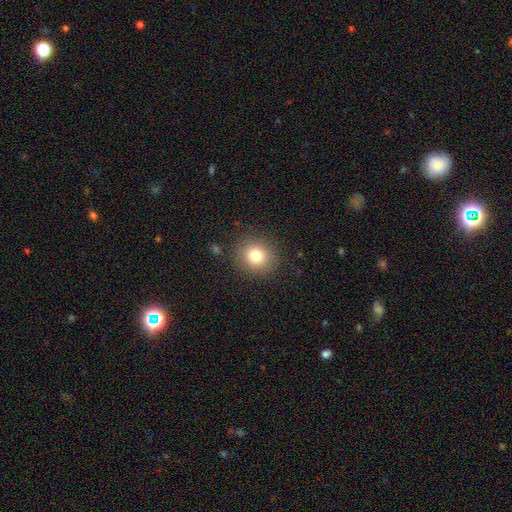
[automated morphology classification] Overall: smooth (79%). How rounded: round (86%). Merging: none (88%).